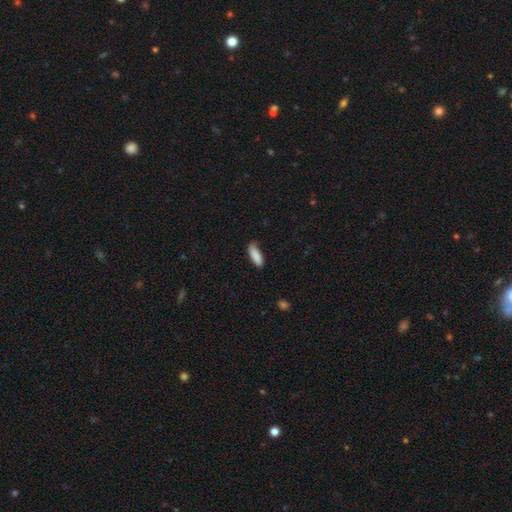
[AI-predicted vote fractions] Overall: smooth (86%). How rounded: in between (62%; cigar-shaped 36%). Merging: none (65%; minor disturbance 27%).